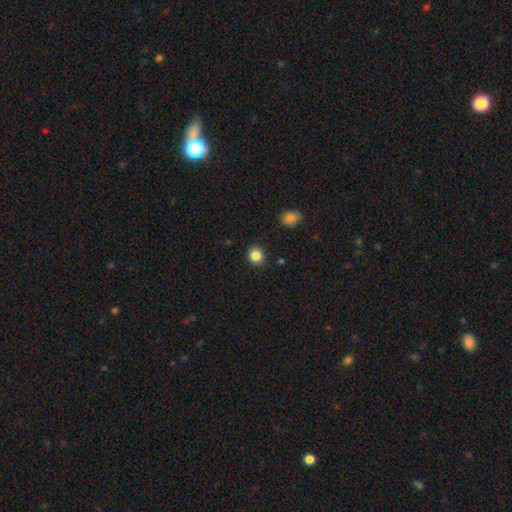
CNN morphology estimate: This is clearly a smooth galaxy (86%). How rounded: clearly round (86%). Merging: clearly none (91%).